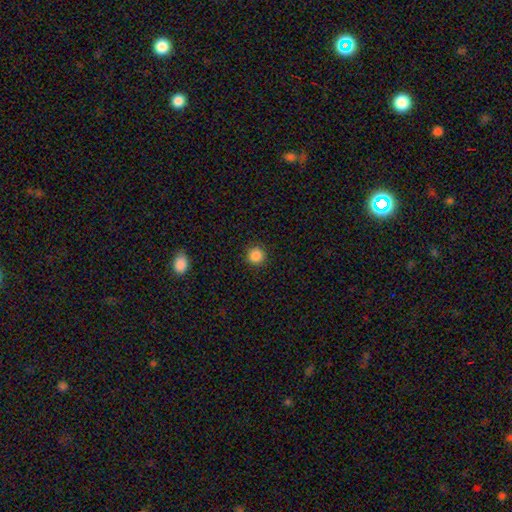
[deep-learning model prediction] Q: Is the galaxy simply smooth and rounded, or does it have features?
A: smooth — 87%.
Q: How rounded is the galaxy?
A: round — 95%.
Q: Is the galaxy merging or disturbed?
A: none — 91%.